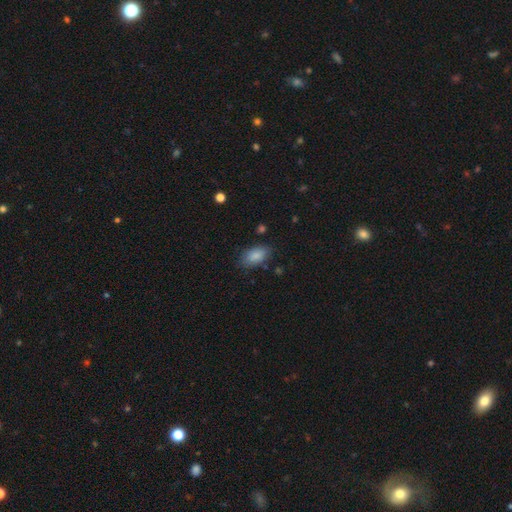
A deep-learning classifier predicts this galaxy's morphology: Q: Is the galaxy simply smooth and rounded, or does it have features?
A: smooth — 86%.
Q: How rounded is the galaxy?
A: in between — 92%.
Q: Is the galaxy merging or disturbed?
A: none — 80%.